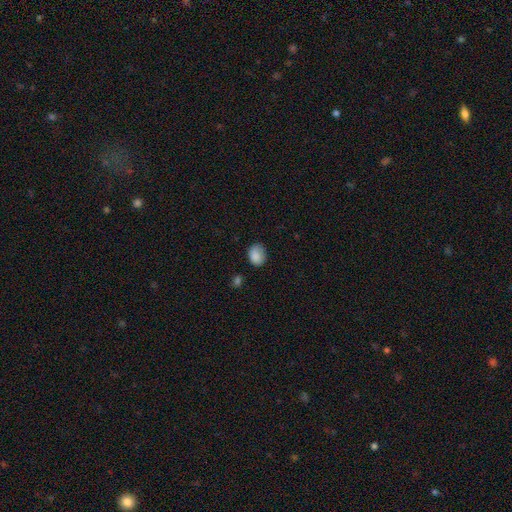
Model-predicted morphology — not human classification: Smooth or featured: smooth — 86% (star or artifact — 9%)
How rounded: in between — 57% (round — 42%)
Merging: none — 68% (minor disturbance — 25%)